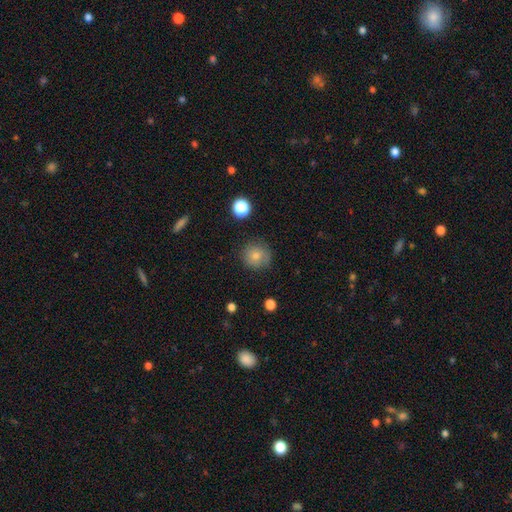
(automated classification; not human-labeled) smooth-or-featured: smooth: 79% | star or artifact: 11% | featured or disk: 10%
  how-rounded: round: 92% | in between: 7% | cigar-shaped: 1%
  merging: none: 82% | minor disturbance: 13% | major disturbance: 3% | merger: 2%